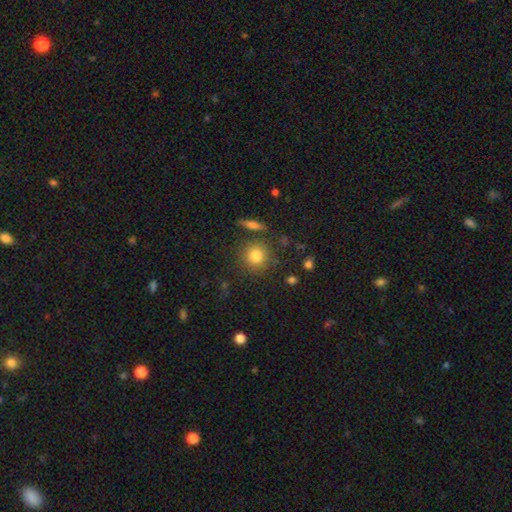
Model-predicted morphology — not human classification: This is clearly a smooth galaxy (80%). How rounded: clearly round (90%). Merging: clearly none (81%).